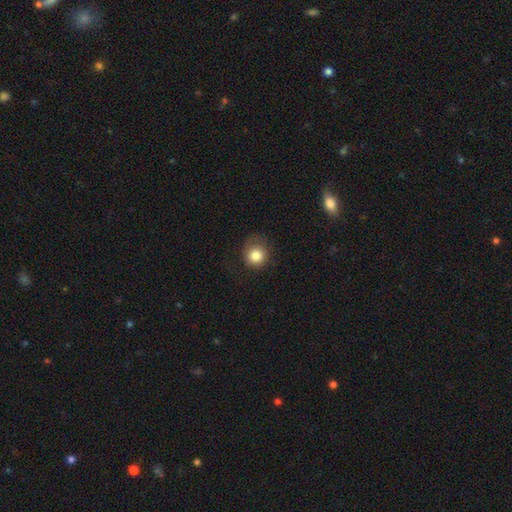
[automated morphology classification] smooth-or-featured: smooth: 82% | star or artifact: 9% | featured or disk: 8%
  how-rounded: round: 85% | in between: 14% | cigar-shaped: 1%
  merging: none: 62% | minor disturbance: 23% | major disturbance: 13% | merger: 1%